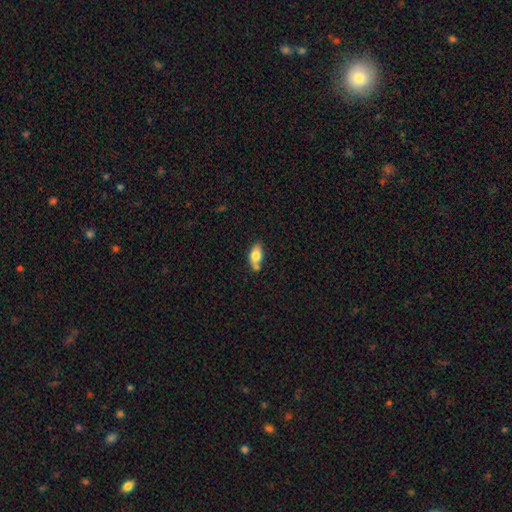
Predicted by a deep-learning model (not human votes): Overall: smooth (76%). How rounded: in between (87%). Merging: none (62%).